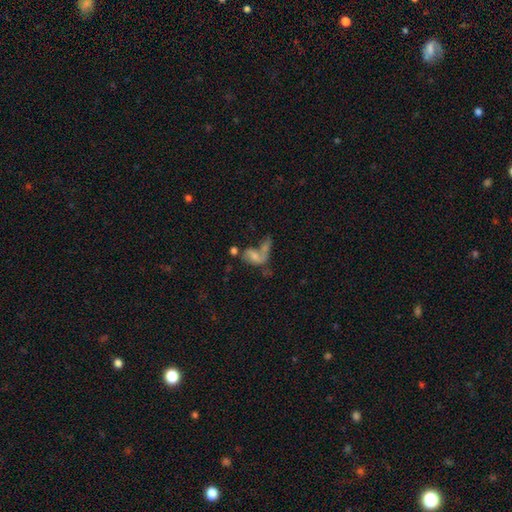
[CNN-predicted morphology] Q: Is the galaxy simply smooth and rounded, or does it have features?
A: smooth — 44%.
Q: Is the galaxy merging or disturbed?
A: merger — 46%.